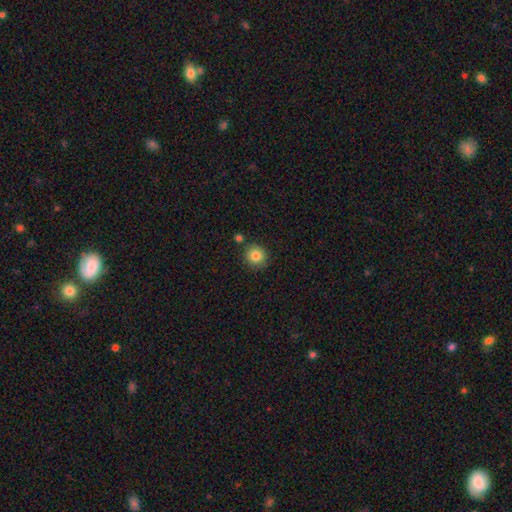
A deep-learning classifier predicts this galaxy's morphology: smooth_or_featured: smooth (p=0.84) [alt: star or artifact p=0.10]
how_rounded: round (p=0.91) [alt: in between p=0.08]
merging: none (p=0.83) [alt: minor disturbance p=0.08]